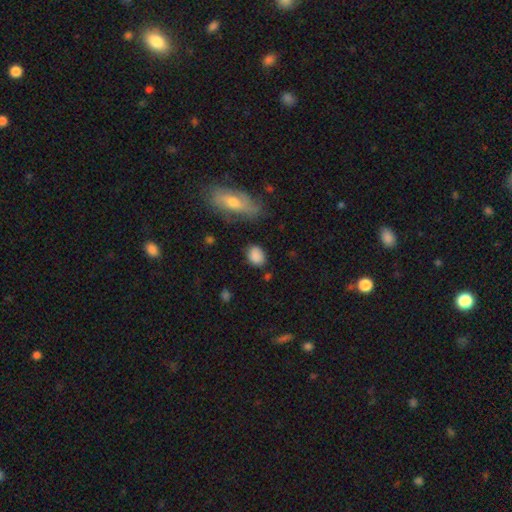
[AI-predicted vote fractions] smooth 86%, star or artifact 8%, featured or disk 6%. Down the decision tree: how rounded — in between (68%); merging — none (76%).